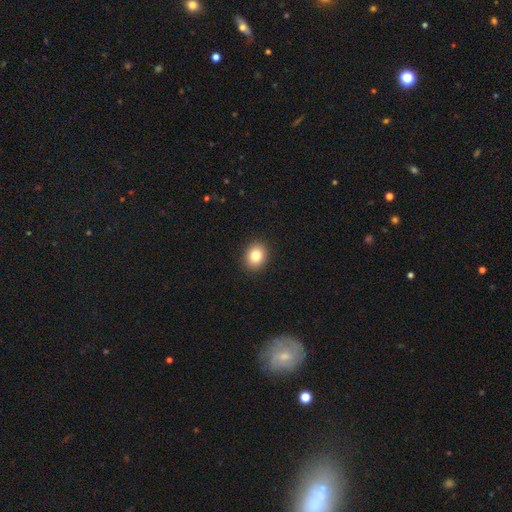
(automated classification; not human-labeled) smooth_or_featured: smooth (p=0.82) [alt: star or artifact p=0.10]
how_rounded: round (p=0.61) [alt: in between p=0.38]
merging: none (p=0.92) [alt: minor disturbance p=0.06]